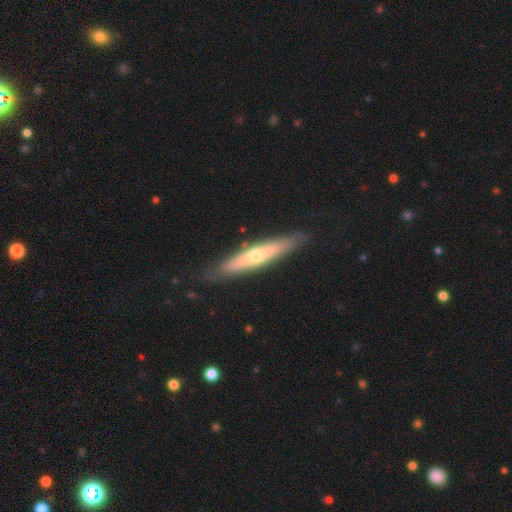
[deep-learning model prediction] Smooth or featured? Predicted: featured or disk (p=0.54). Edge-on disk? Predicted: yes (p=0.81). Merging? Predicted: none (p=0.85).